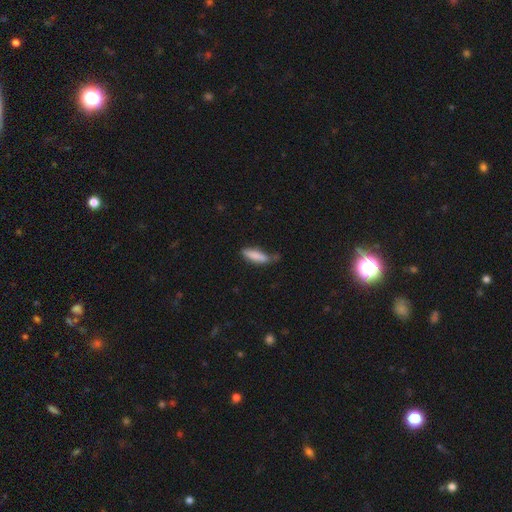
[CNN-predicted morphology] A smooth galaxy with no disk features (82%) that is cigar-shaped (60%).

Vote fractions:
- Smooth or featured? smooth: 82% / featured or disk: 11% / star or artifact: 7%
- How rounded? cigar-shaped: 60% / in between: 39% / round: 2%
- Merging? none: 46% / minor disturbance: 36% / major disturbance: 12% / merger: 6%